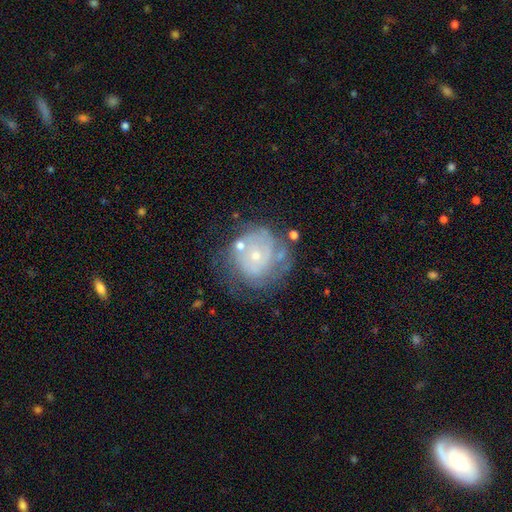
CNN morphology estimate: smooth-or-featured: featured or disk: 70% | smooth: 22% | star or artifact: 9%
  disk-edge-on: no: 98% | yes: 2%
    bar: no: 82% | weak: 15% | strong: 3%
    has-spiral-arms: yes: 74% | no: 26%
      spiral-winding: tight: 70% | medium: 21% | loose: 8%
      spiral-arm-count: can't tell: 56% | 2: 17% | 3: 11% | 4: 6% | 1: 6% | more than 4: 4%
    bulge-size: small: 73% | moderate: 22% | none: 2% | large: 2% | dominant: 1%
  merging: none: 57% | minor disturbance: 22% | major disturbance: 14% | merger: 7%